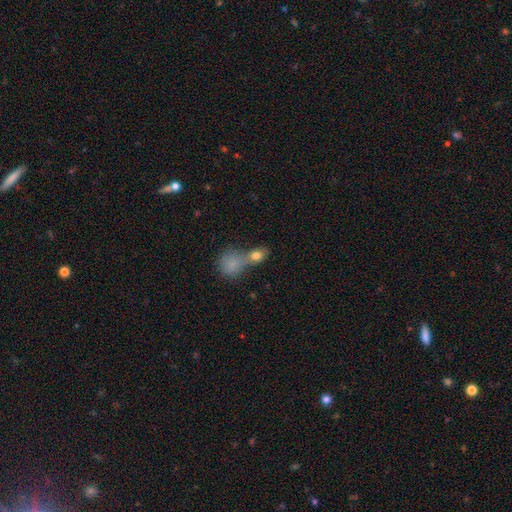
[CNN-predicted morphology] Smooth or featured: smooth — 76% (featured or disk — 12%)
How rounded: in between — 52% (round — 43%)
Merging: merger — 54% (none — 31%)